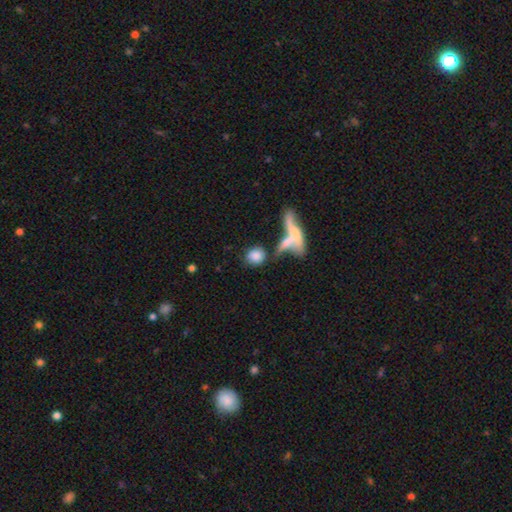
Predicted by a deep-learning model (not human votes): A smooth galaxy with no disk features (78%) that is round (54%).

Vote fractions:
- Smooth or featured? smooth: 78% / featured or disk: 14% / star or artifact: 8%
- How rounded? round: 54% / in between: 37% / cigar-shaped: 9%
- Merging? none: 44% / merger: 33% / minor disturbance: 13% / major disturbance: 10%